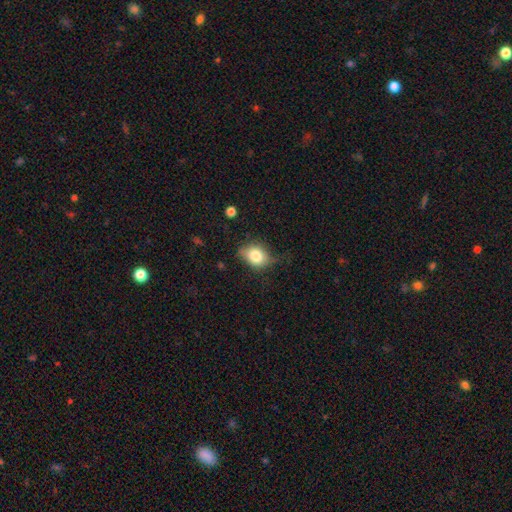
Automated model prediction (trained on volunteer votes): smooth_or_featured: smooth (p=0.76) [alt: featured or disk p=0.15]
how_rounded: in between (p=0.60) [alt: round p=0.39]
merging: none (p=0.57) [alt: minor disturbance p=0.31]